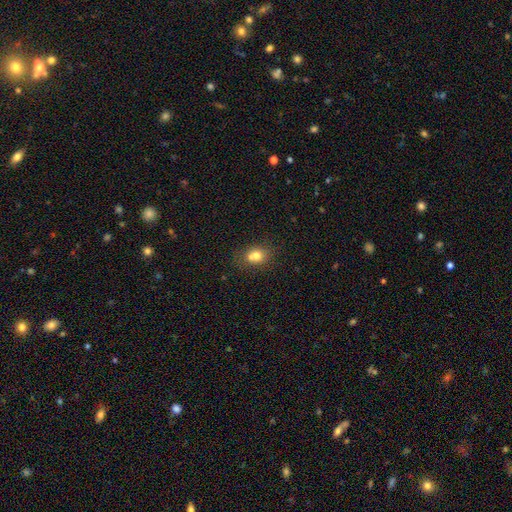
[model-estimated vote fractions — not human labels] This appears to be a smooth galaxy with no disk features (73%) that is round (55%). Merging: none (46%).